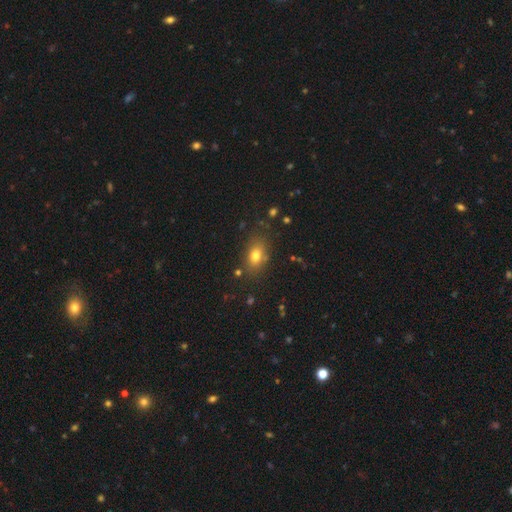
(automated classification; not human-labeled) smooth 77%, star or artifact 12%, featured or disk 11%. Down the decision tree: how rounded — in between (77%); merging — none (78%).